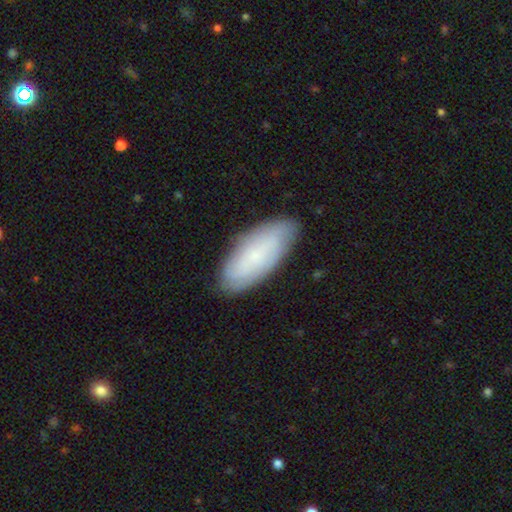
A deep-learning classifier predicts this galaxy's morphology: The model was most divided on "smooth or featured": smooth: 57%, featured or disk: 35%, star or artifact: 8%. More confident: how rounded — in between (81%); merging — none (81%).